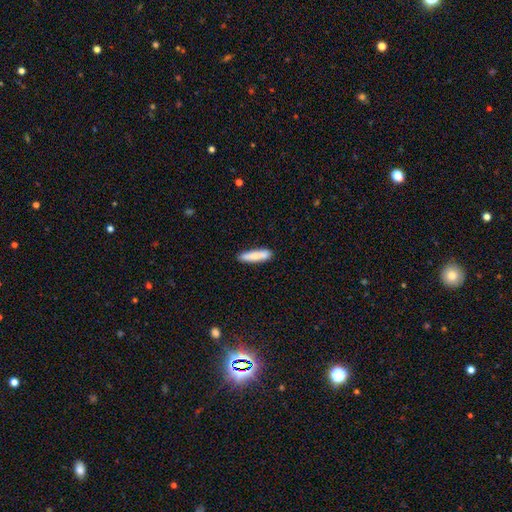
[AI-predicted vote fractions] smooth_or_featured: smooth (p=0.81) [alt: featured or disk p=0.14]
how_rounded: cigar-shaped (p=0.81) [alt: in between p=0.18]
merging: none (p=0.82) [alt: minor disturbance p=0.12]